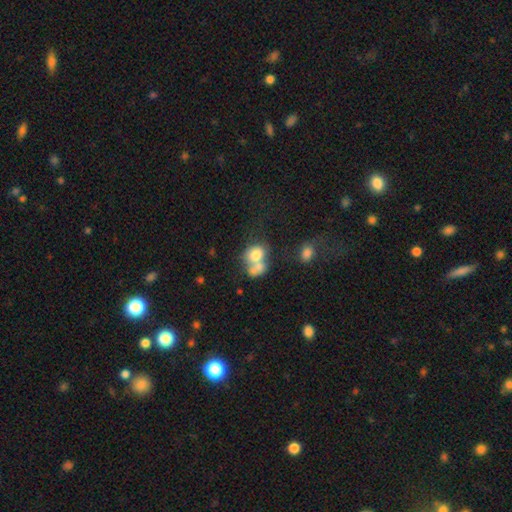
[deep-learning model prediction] A smooth galaxy with no disk features (71%) that is in between round and cigar-shaped (50%). Merging: merger (62%).